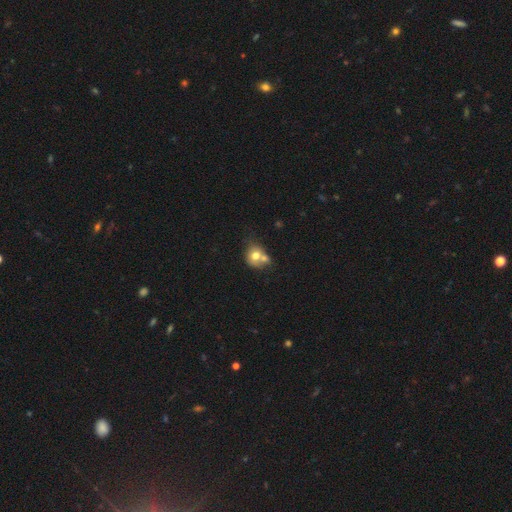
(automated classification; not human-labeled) Morphology: type=smooth (70%); roundness=round (65%); merging=merger (53%).